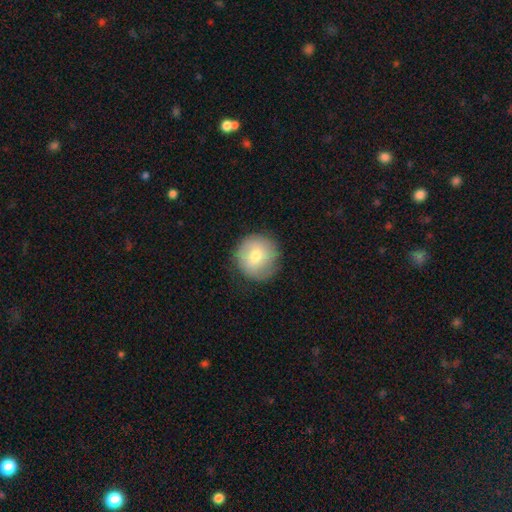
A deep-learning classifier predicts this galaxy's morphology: smooth-or-featured: smooth: 68% | featured or disk: 25% | star or artifact: 8%
  how-rounded: round: 93% | in between: 6% | cigar-shaped: 1%
  merging: none: 78% | minor disturbance: 16% | major disturbance: 5% | merger: 1%